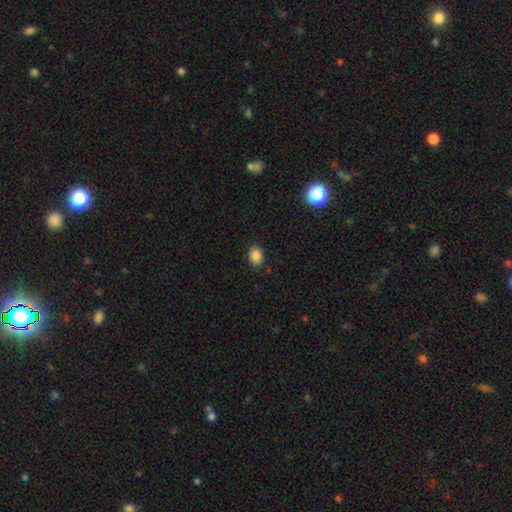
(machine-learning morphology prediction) Smooth or featured? Predicted: smooth (p=0.87). How rounded? Predicted: in between (p=0.70). Merging? Predicted: none (p=0.87).